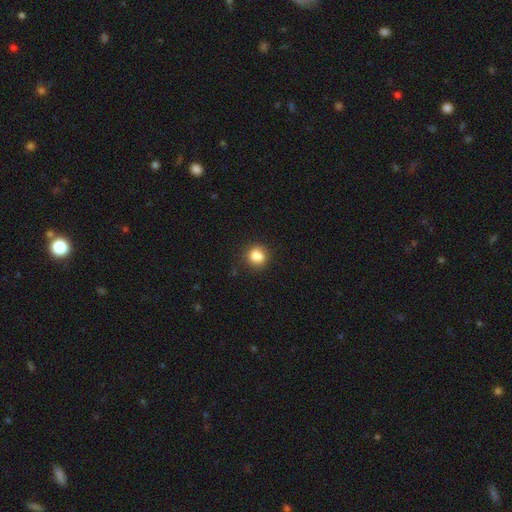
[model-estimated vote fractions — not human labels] Overall: smooth (82%). How rounded: round (75%). Merging: none (73%).